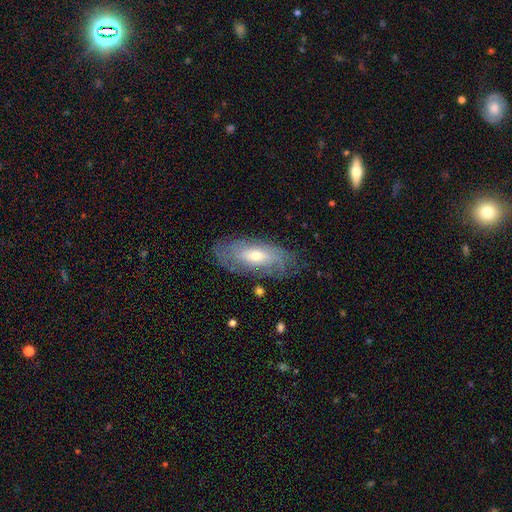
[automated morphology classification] Smooth or featured: featured or disk — 61% (smooth — 32%)
Edge-on disk: no — 83% (yes — 17%)
Bar: no — 65% (weak — 28%)
Spiral arms: yes — 73% (no — 27%)
Bulge size: moderate — 50% (small — 44%)
Merging: none — 75% (minor disturbance — 18%)